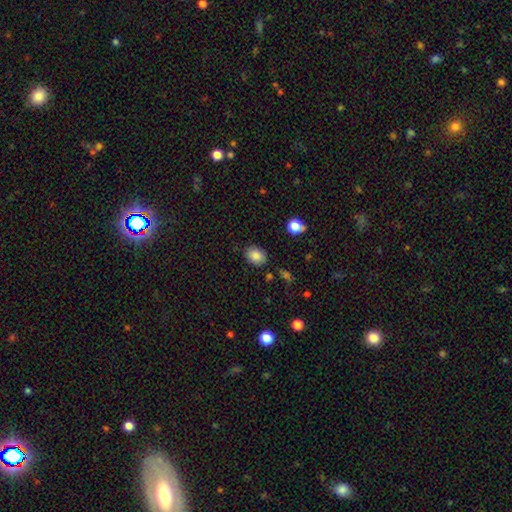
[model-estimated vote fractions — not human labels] This is clearly a smooth galaxy (85%). How rounded: likely in between (61%). Merging: clearly none (83%).